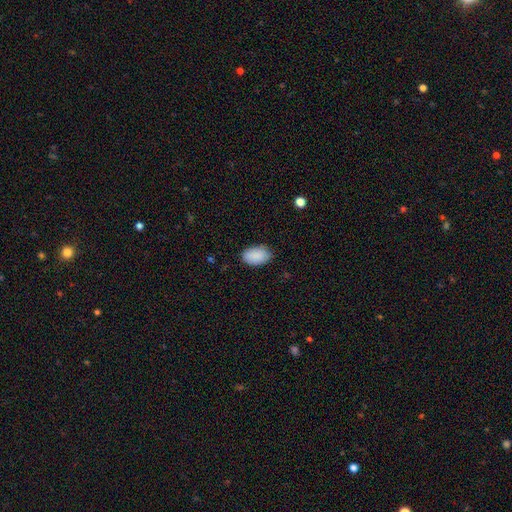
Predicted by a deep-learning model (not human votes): Smooth or featured? Predicted: smooth (p=0.90). How rounded? Predicted: in between (p=0.93). Merging? Predicted: none (p=0.84).